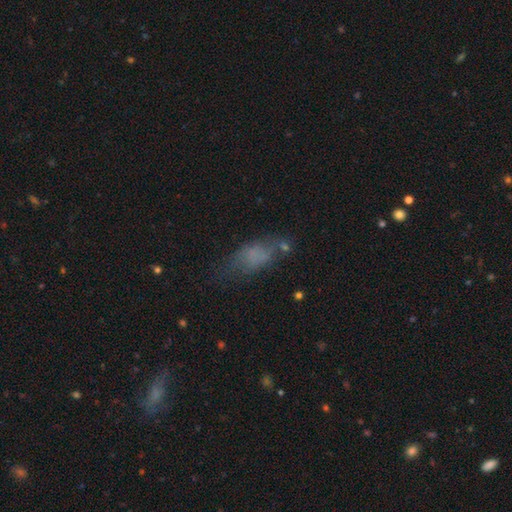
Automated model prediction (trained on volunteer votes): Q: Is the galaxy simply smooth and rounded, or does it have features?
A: smooth — 61%.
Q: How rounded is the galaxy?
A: in between — 73%.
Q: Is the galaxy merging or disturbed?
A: none — 48%.